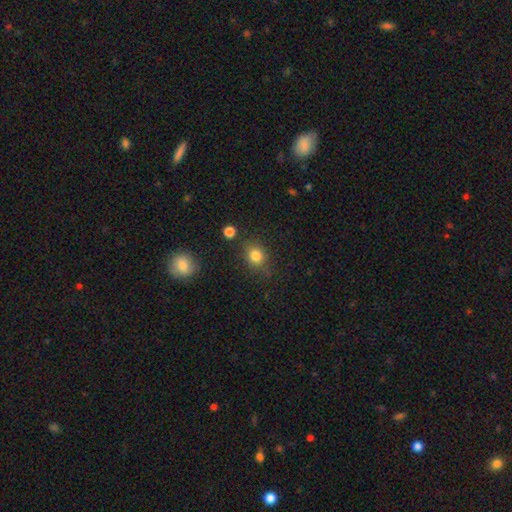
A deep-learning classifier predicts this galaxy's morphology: A smooth galaxy with no disk features (81%) that is round (61%). Merging: none (75%).